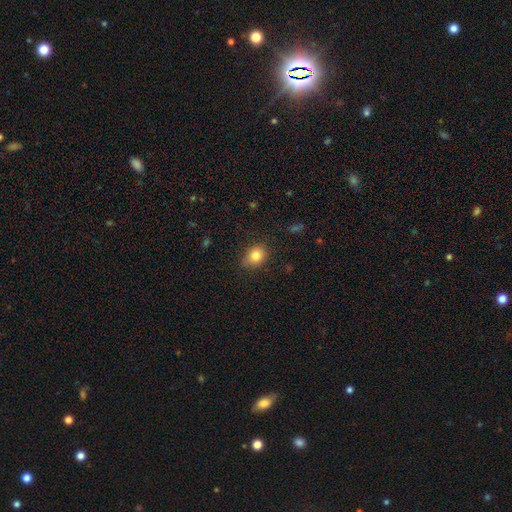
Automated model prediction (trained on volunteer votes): smooth 81%, star or artifact 10%, featured or disk 8%. Down the decision tree: how rounded — in between (51%); merging — none (76%).